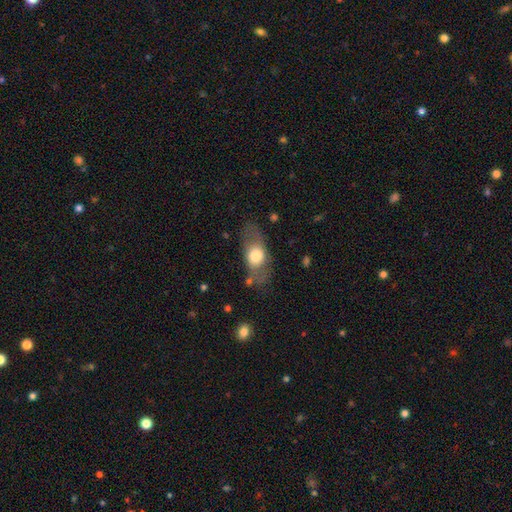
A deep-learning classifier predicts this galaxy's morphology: This appears to be a smooth galaxy with no disk features (63%) that is in between round and cigar-shaped (76%). Merging: none (67%).